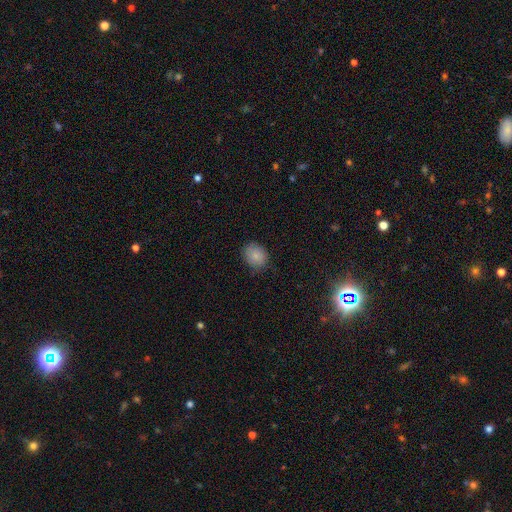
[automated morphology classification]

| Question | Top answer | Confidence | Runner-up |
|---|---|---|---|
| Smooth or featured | smooth | 84% | star or artifact (9%) |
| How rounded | round | 51% | in between (48%) |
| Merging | none | 80% | minor disturbance (16%) |